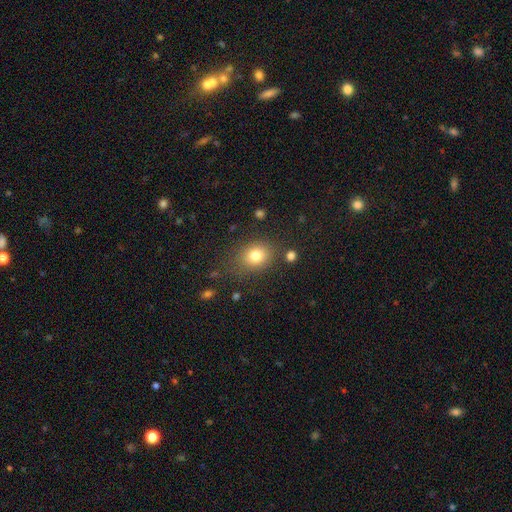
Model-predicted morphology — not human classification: type=smooth (79%); roundness=round (52%); merging=none (78%).